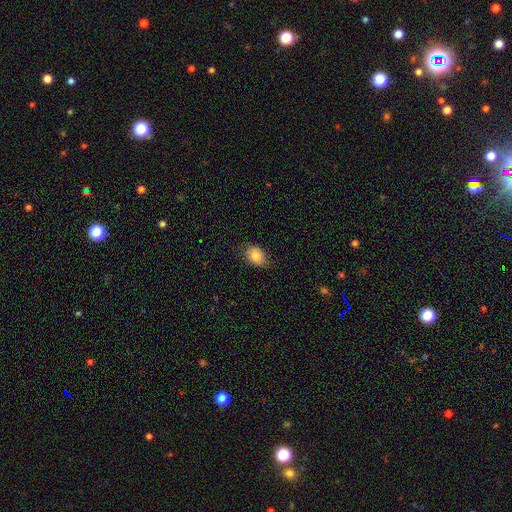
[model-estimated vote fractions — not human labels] This is clearly a smooth galaxy (85%). How rounded: likely in between (76%). Merging: likely none (75%).